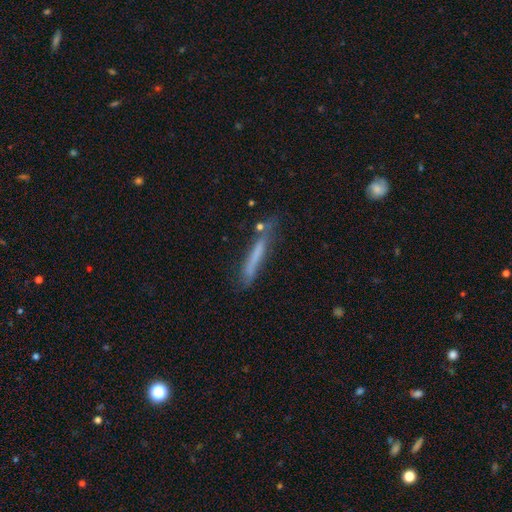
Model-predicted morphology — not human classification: Smooth or featured: smooth — 60% (featured or disk — 32%)
How rounded: cigar-shaped — 95% (in between — 4%)
Merging: none — 66% (minor disturbance — 22%)